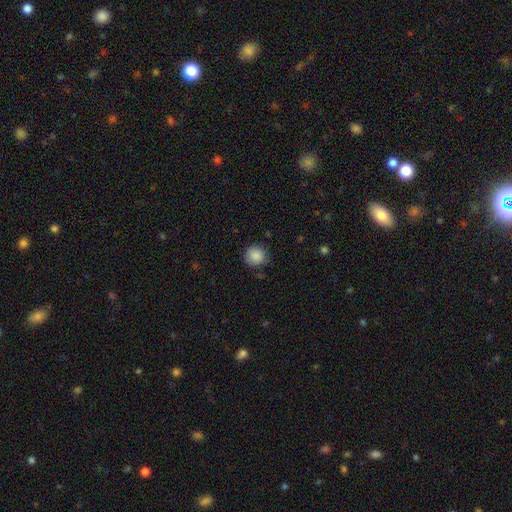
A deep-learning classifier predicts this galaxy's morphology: type=smooth (88%); roundness=round (91%); merging=none (82%).